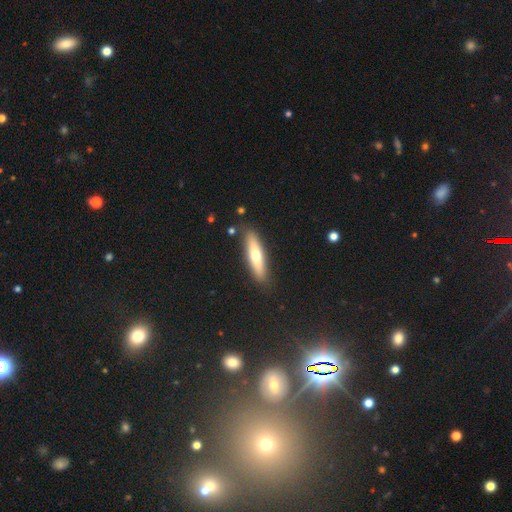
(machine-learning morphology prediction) smooth-or-featured: smooth: 56% | featured or disk: 39% | star or artifact: 5%
  how-rounded: cigar-shaped: 75% | in between: 24% | round: 2%
  merging: none: 86% | minor disturbance: 9% | merger: 2% | major disturbance: 2%